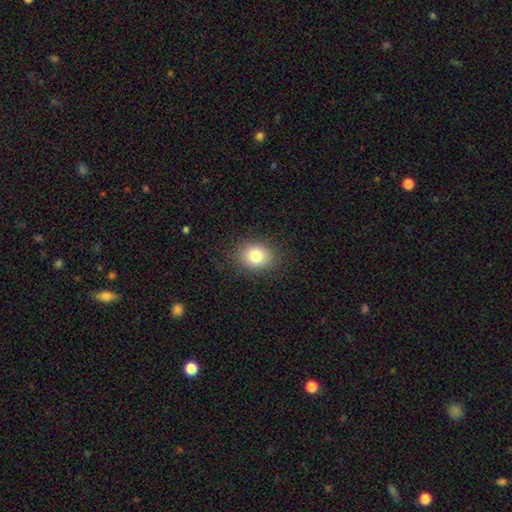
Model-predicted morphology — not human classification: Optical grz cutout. It shows a smooth galaxy with no disk features (81%) that is round (57%). Merging: none (88%).